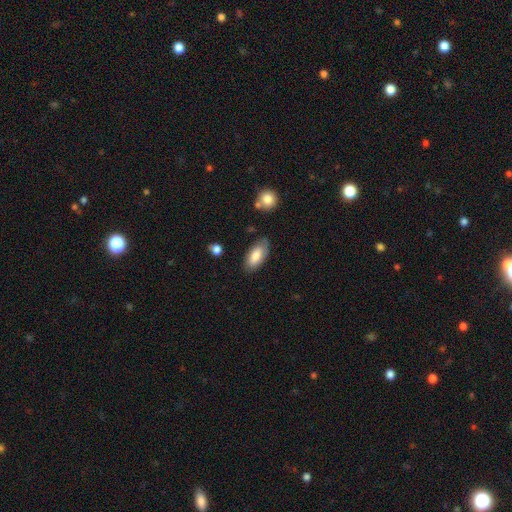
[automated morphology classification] type=smooth (78%); roundness=in between (89%); merging=none (75%).